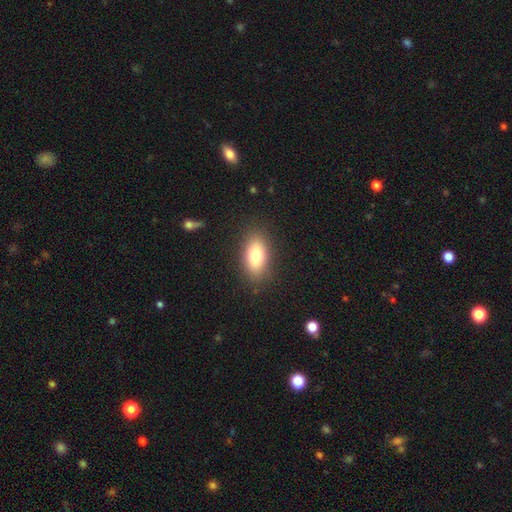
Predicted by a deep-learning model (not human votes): smooth-or-featured: smooth: 78% | featured or disk: 14% | star or artifact: 8%
  how-rounded: in between: 87% | cigar-shaped: 7% | round: 6%
  merging: none: 86% | minor disturbance: 10% | major disturbance: 3% | merger: 1%